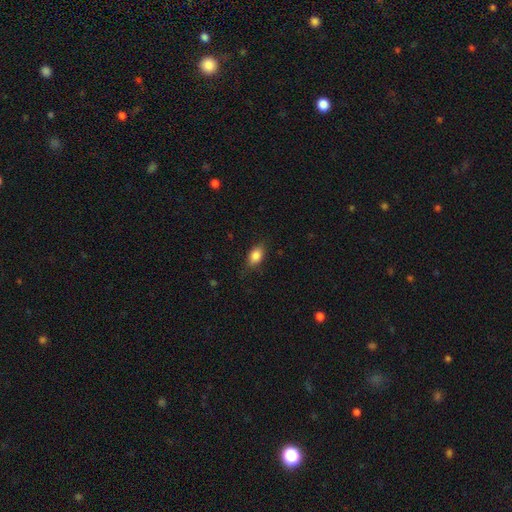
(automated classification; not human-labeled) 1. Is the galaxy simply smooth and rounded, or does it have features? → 84% smooth, 8% featured or disk, 8% star or artifact.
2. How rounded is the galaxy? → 85% in between, 10% round, 5% cigar-shaped.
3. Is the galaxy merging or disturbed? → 79% none, 16% minor disturbance, 4% major disturbance, 1% merger.